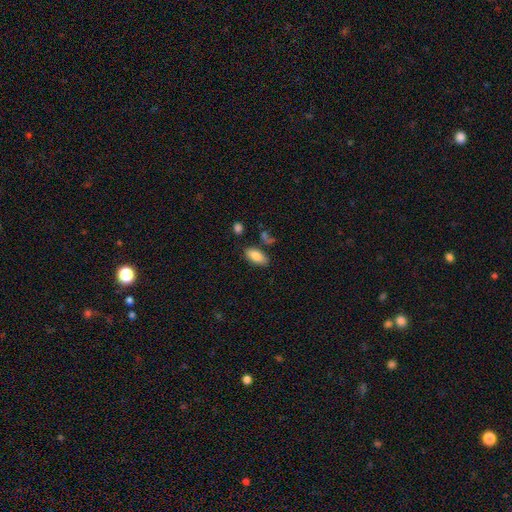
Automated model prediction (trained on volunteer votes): smooth-or-featured: smooth: 85% | featured or disk: 8% | star or artifact: 7%
  how-rounded: in between: 91% | cigar-shaped: 6% | round: 2%
  merging: none: 77% | minor disturbance: 14% | merger: 5% | major disturbance: 4%